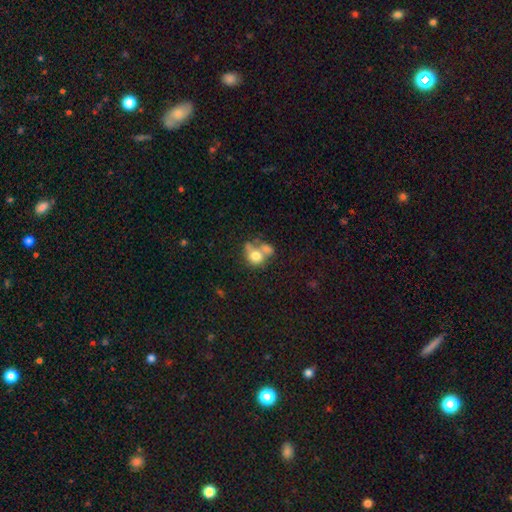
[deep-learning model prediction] Smooth or featured: smooth — 71% (featured or disk — 19%)
How rounded: round — 61% (in between — 37%)
Merging: merger — 54% (none — 25%)